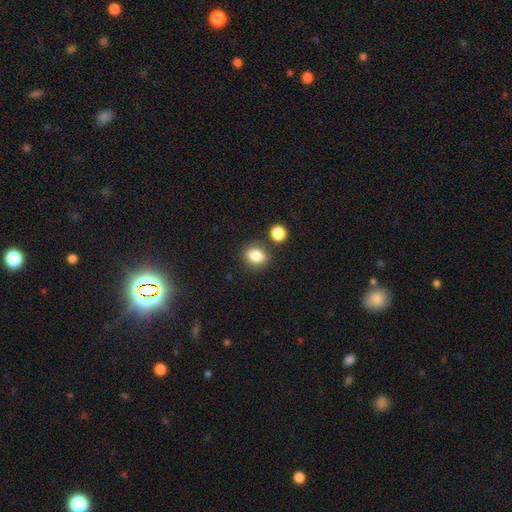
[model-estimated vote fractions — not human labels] Overall: smooth (83%). How rounded: in between (60%; round 38%). Merging: none (77%).